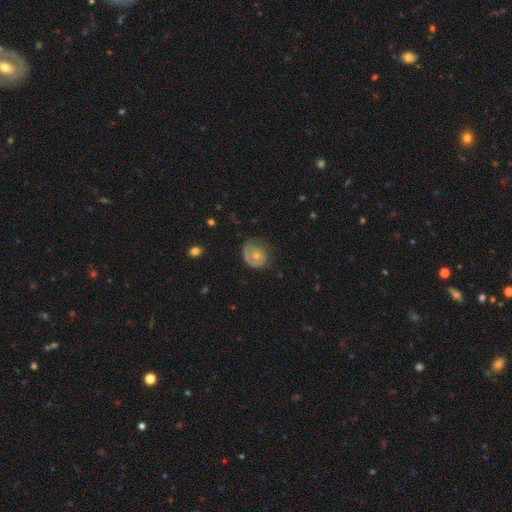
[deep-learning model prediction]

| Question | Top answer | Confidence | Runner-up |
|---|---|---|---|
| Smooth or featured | featured or disk | 59% | smooth (34%) |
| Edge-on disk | no | 97% | yes (3%) |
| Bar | no | 84% | weak (14%) |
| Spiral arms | yes | 76% | no (24%) |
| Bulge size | small | 58% | moderate (37%) |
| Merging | none | 54% | minor disturbance (25%) |